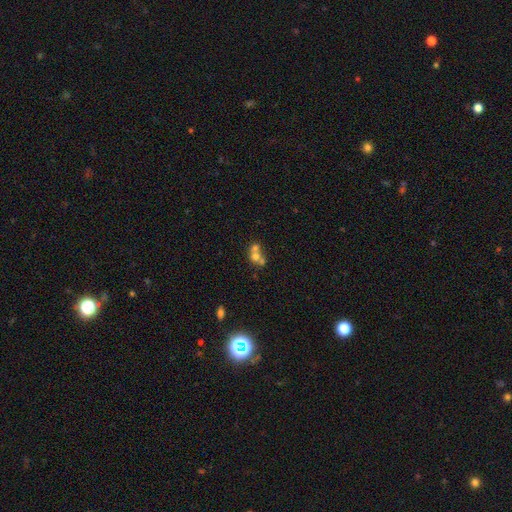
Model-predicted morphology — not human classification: A smooth galaxy with no disk features (58%) that is round (70%).

Vote fractions:
- Smooth or featured? smooth: 58% / featured or disk: 27% / star or artifact: 15%
- How rounded? round: 70% / in between: 28% / cigar-shaped: 1%
- Merging? merger: 63% / none: 27% / minor disturbance: 6% / major disturbance: 4%